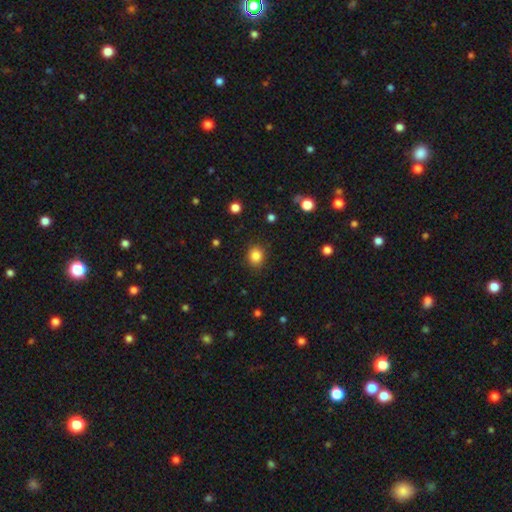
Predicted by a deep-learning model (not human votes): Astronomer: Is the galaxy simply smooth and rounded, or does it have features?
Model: smooth — 85%.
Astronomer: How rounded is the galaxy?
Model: round — 71%.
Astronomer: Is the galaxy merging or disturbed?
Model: none — 88%.